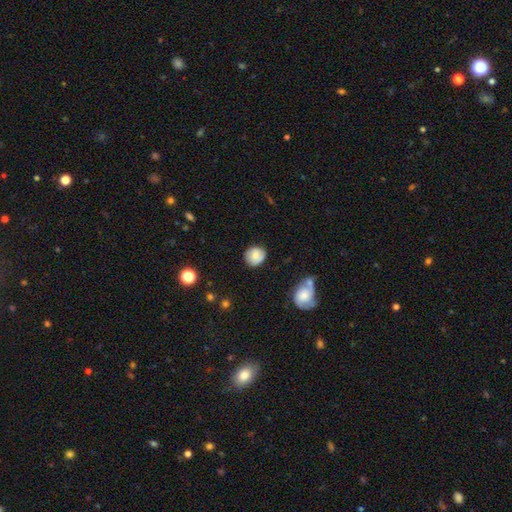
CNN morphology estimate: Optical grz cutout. It shows a smooth galaxy with no disk features (77%) that is round (82%). Merging: none (79%).